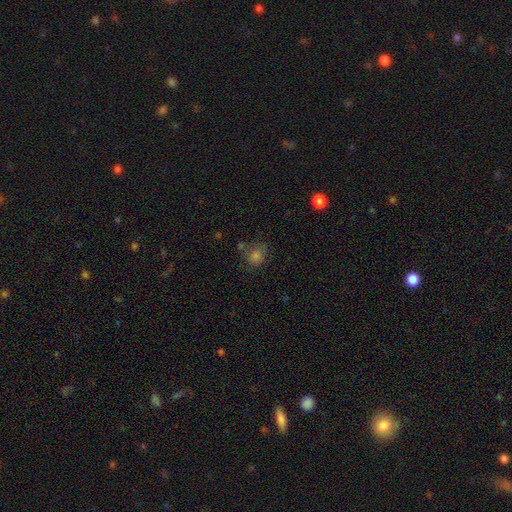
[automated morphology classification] smooth_or_featured: smooth (p=0.70) [alt: star or artifact p=0.21]
how_rounded: round (p=0.74) [alt: in between p=0.25]
merging: none (p=0.66) [alt: minor disturbance p=0.18]